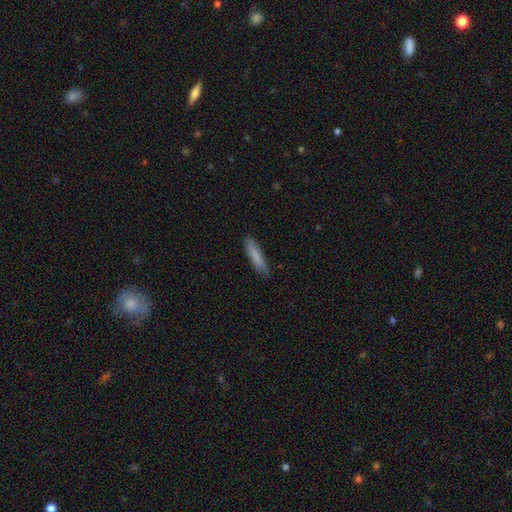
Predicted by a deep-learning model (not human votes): This is clearly a smooth galaxy (83%). How rounded: clearly cigar-shaped (83%). Merging: clearly none (85%).